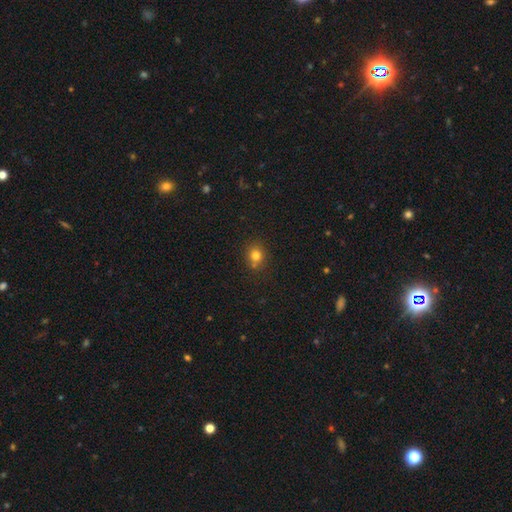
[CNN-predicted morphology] Q: Smooth or featured?
A: smooth (78%); runner-up: star or artifact (14%)
Q: How rounded?
A: round (78%); runner-up: in between (21%)
Q: Merging?
A: none (71%); runner-up: merger (13%)